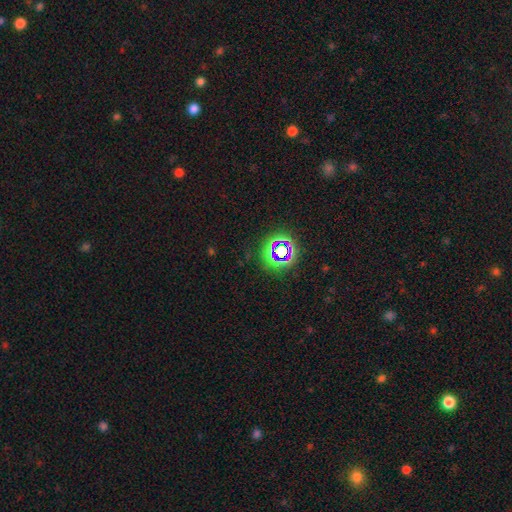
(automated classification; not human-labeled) The model was most divided on "smooth or featured": star or artifact: 67%, smooth: 20%, featured or disk: 13%.